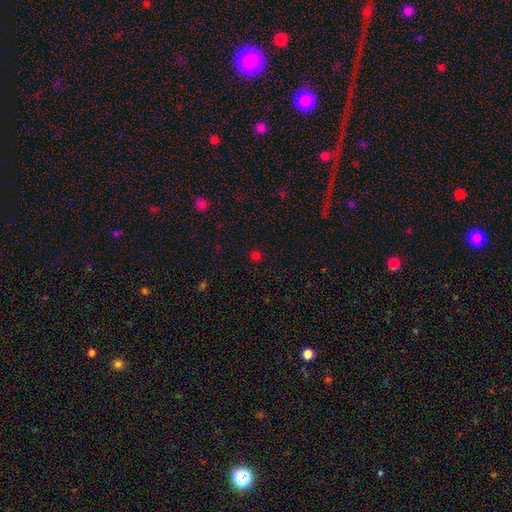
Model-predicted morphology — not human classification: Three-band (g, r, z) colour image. It shows a smooth galaxy with no disk features (65%) that is round (91%). Merging: none (87%).